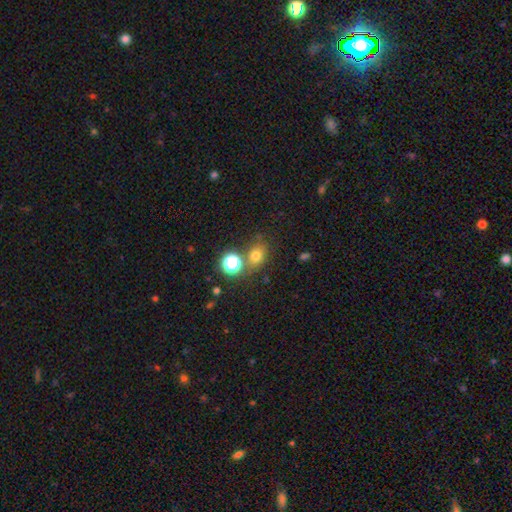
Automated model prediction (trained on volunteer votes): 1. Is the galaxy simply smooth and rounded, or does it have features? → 71% smooth, 20% star or artifact, 9% featured or disk.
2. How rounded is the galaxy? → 57% round, 42% in between, 1% cigar-shaped.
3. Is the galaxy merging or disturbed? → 68% none, 14% merger, 12% minor disturbance, 5% major disturbance.